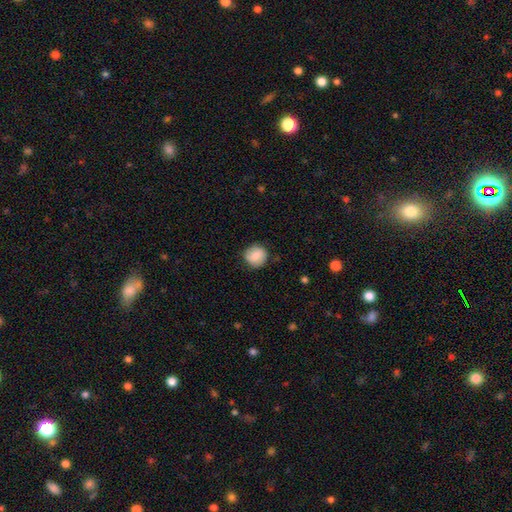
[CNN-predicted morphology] smooth 81%, featured or disk 12%, star or artifact 7%. Down the decision tree: how rounded — round (89%); merging — none (83%).